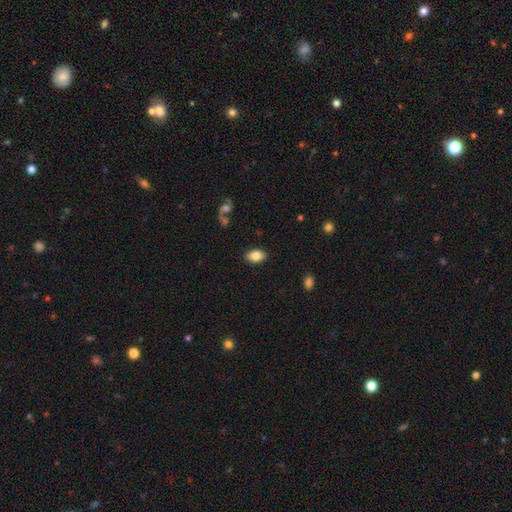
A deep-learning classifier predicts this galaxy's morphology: type=smooth (82%); roundness=in between (90%); merging=none (87%).